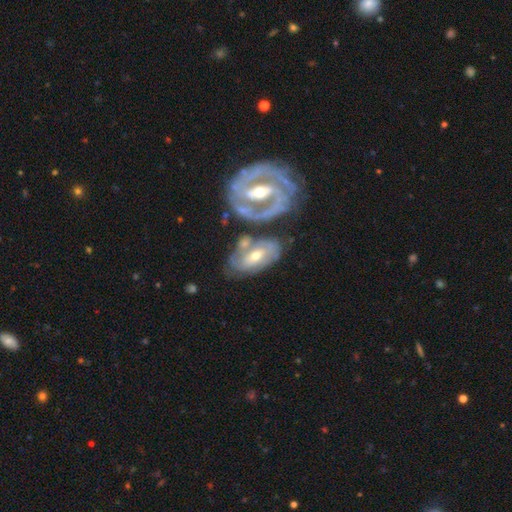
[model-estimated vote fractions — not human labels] smooth-or-featured: featured or disk: 72% | smooth: 22% | star or artifact: 6%
  disk-edge-on: no: 92% | yes: 8%
    bar: no: 36% | weak: 34% | strong: 30%
    has-spiral-arms: yes: 74% | no: 26%
    bulge-size: moderate: 63% | small: 32% | large: 3% | none: 1% | dominant: 1%
  merging: none: 50% | merger: 23% | minor disturbance: 18% | major disturbance: 8%